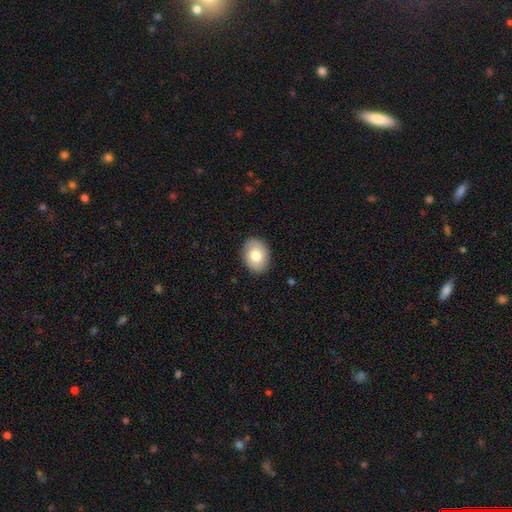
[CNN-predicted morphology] Smooth or featured? Predicted: smooth (p=0.77). How rounded? Predicted: in between (p=0.66). Merging? Predicted: none (p=0.88).